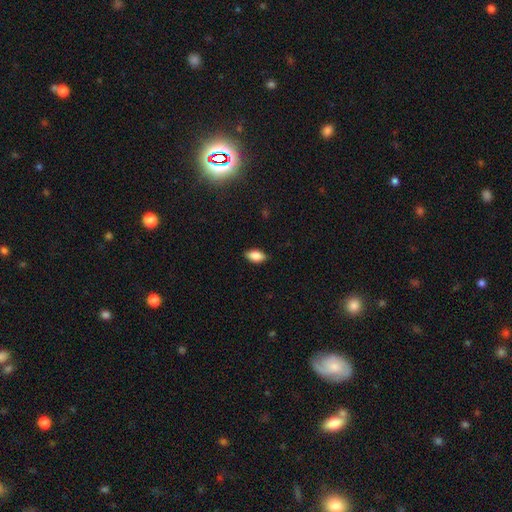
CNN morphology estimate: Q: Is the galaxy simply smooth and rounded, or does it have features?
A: smooth — 85%.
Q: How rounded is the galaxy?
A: in between — 91%.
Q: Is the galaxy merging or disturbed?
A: none — 85%.